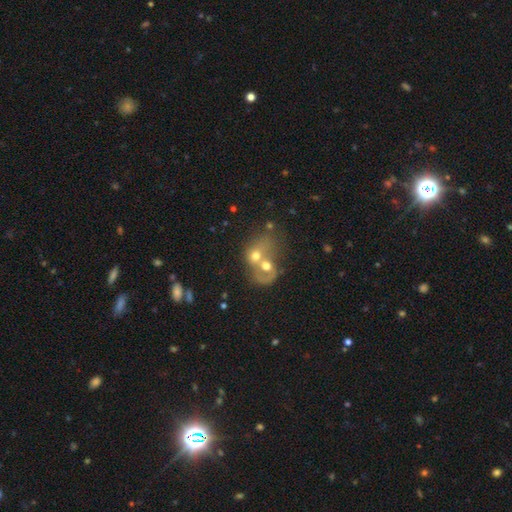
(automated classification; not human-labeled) smooth 51%, featured or disk 38%, star or artifact 11%. Down the decision tree: how rounded — in between (50%); merging — merger (78%).